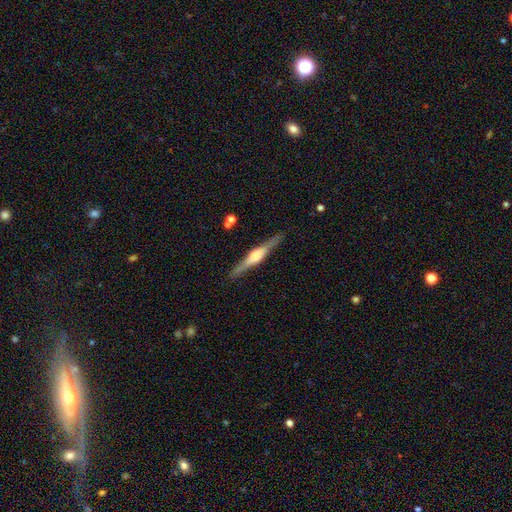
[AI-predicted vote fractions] Smooth or featured?
  - featured or disk: 79% *
  - smooth: 16%
  - star or artifact: 5%
Edge-on disk?
  - yes: 98% *
  - no: 2%
Edge-on bulge?
  - rounded: 75% *
  - boxy: 21%
  - none: 4%
Merging?
  - none: 89% *
  - minor disturbance: 8%
  - major disturbance: 2%
  - merger: 1%